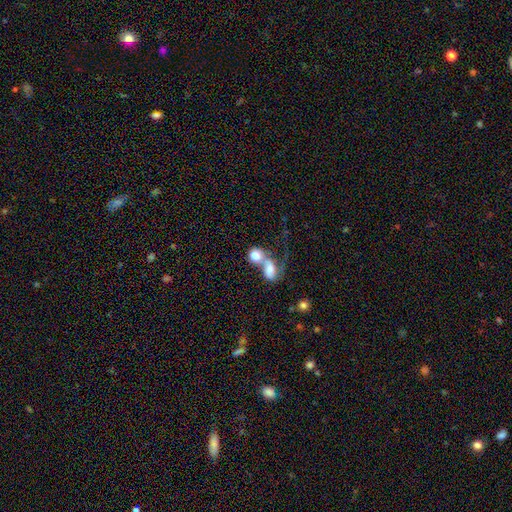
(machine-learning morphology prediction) This is likely a smooth galaxy (70%). How rounded: possibly round (57%). Merging: likely merger (77%).